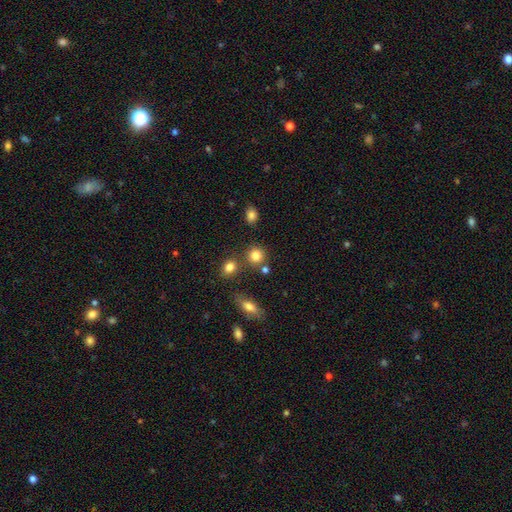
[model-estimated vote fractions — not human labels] Overall: smooth (82%). How rounded: round (87%). Merging: none (75%).